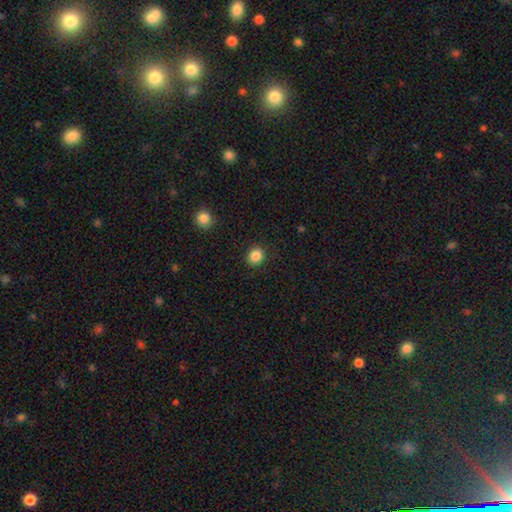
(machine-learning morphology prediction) Q: Smooth or featured?
A: smooth (86%); runner-up: star or artifact (10%)
Q: How rounded?
A: round (79%); runner-up: in between (20%)
Q: Merging?
A: none (90%); runner-up: minor disturbance (7%)